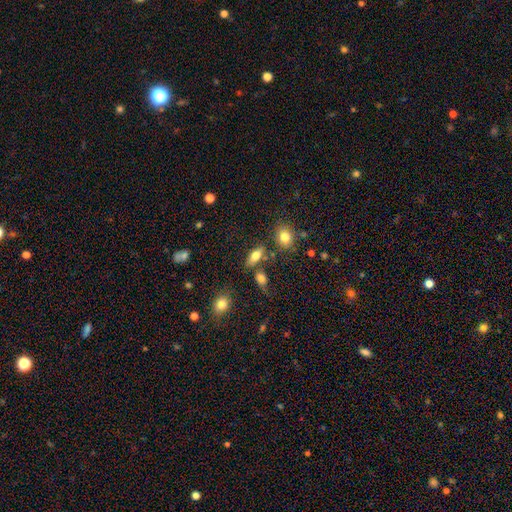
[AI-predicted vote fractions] Overall: smooth (72%). How rounded: in between (78%). Merging: none (72%).